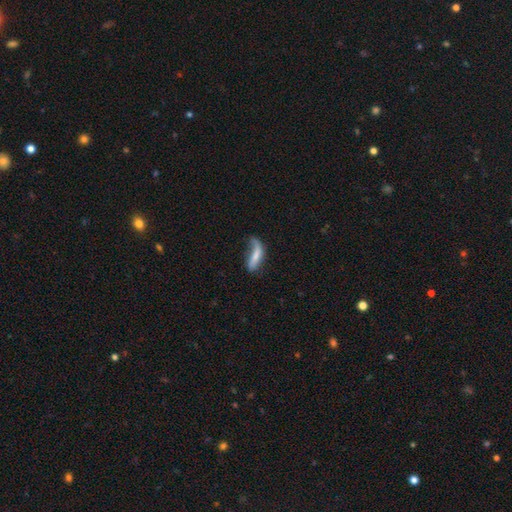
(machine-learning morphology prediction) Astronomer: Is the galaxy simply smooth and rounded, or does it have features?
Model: smooth — 54% (runner-up: featured or disk, 39%).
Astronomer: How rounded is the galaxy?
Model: cigar-shaped — 51% (runner-up: in between, 47%).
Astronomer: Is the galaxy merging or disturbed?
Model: major disturbance — 32%, tied with none at 32%.